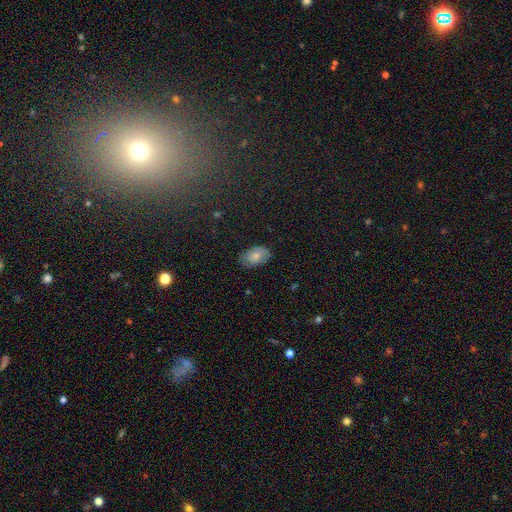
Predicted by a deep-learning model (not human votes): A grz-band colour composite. It shows a smooth galaxy with no disk features (76%) that is in between round and cigar-shaped (91%). Merging: none (76%).